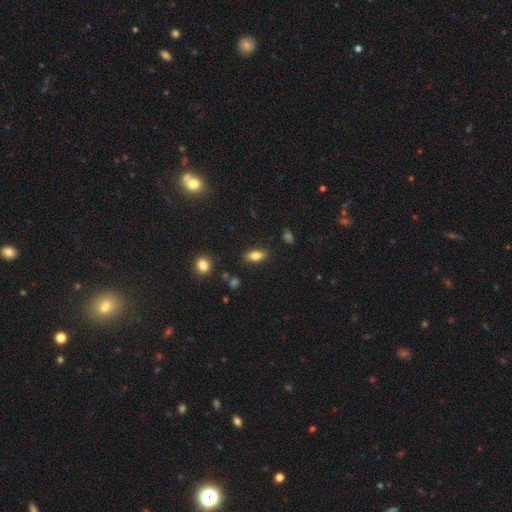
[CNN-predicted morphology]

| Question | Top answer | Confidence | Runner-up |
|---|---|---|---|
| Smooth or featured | smooth | 76% | featured or disk (16%) |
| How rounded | in between | 81% | cigar-shaped (14%) |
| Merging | none | 85% | minor disturbance (10%) |